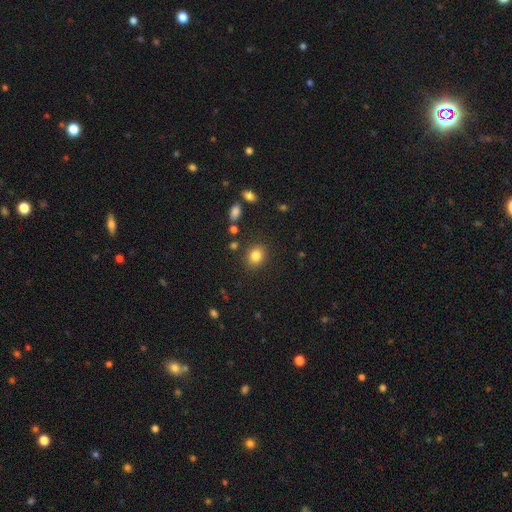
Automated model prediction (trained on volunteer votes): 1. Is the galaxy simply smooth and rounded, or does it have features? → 83% smooth, 11% star or artifact, 6% featured or disk.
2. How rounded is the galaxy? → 61% round, 38% in between, 1% cigar-shaped.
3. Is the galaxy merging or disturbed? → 85% none, 9% minor disturbance, 3% major disturbance, 3% merger.